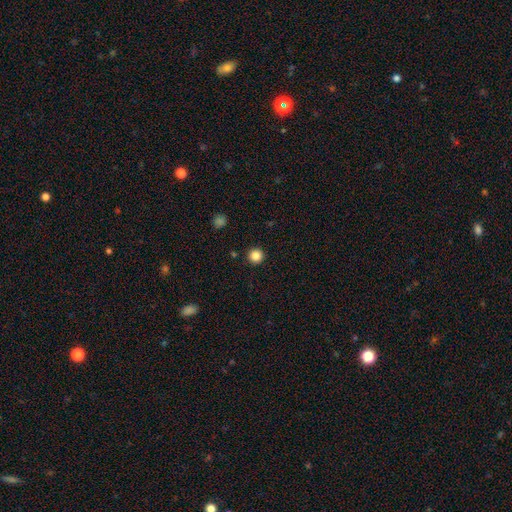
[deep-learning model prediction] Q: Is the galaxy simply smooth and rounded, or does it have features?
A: smooth — 85%.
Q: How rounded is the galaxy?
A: round — 96%.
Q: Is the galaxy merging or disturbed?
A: none — 93%.